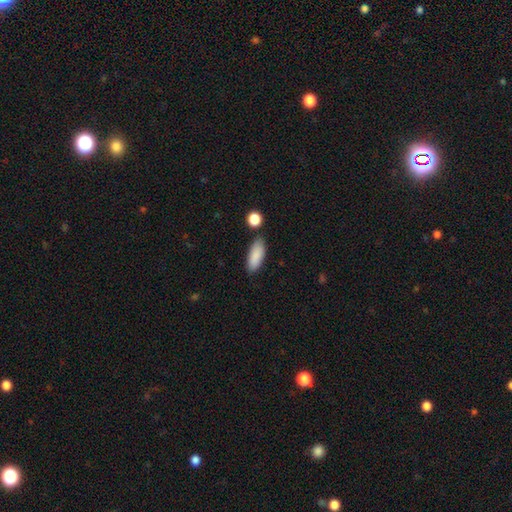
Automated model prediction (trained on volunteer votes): Smooth or featured? Predicted: smooth (p=0.89). How rounded? Predicted: in between (p=0.79). Merging? Predicted: none (p=0.80).